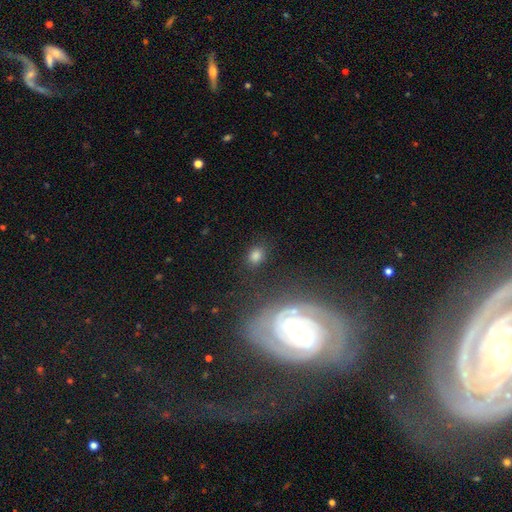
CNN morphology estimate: type=smooth (66%); roundness=in between (54%); merging=none (78%).